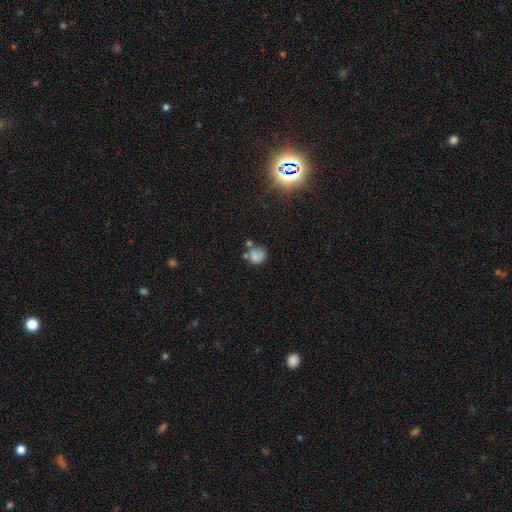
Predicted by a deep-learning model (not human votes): A smooth galaxy with no disk features (68%) that is round (71%).

Vote fractions:
- Smooth or featured? smooth: 68% / featured or disk: 18% / star or artifact: 15%
- How rounded? round: 71% / in between: 28% / cigar-shaped: 1%
- Merging? none: 46% / minor disturbance: 23% / merger: 18% / major disturbance: 12%